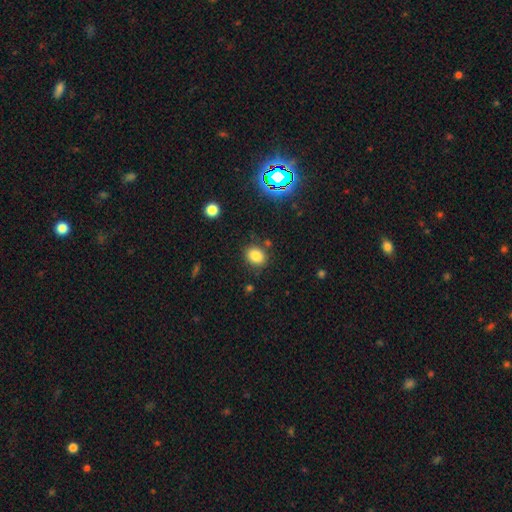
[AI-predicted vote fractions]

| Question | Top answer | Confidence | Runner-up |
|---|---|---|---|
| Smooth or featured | smooth | 80% | star or artifact (14%) |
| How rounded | in between | 51% | round (48%) |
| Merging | none | 82% | minor disturbance (11%) |